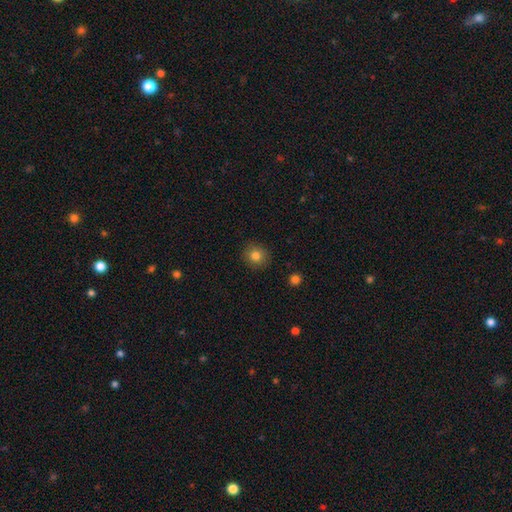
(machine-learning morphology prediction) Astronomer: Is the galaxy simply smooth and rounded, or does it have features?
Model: smooth — 82%.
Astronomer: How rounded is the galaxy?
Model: round — 87%.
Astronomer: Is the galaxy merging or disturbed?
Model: none — 90%.